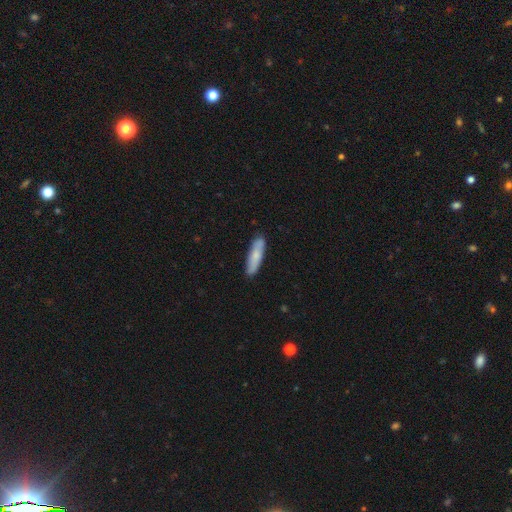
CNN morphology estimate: A smooth galaxy with no disk features (74%) that is cigar-shaped (73%). Merging: none (86%).